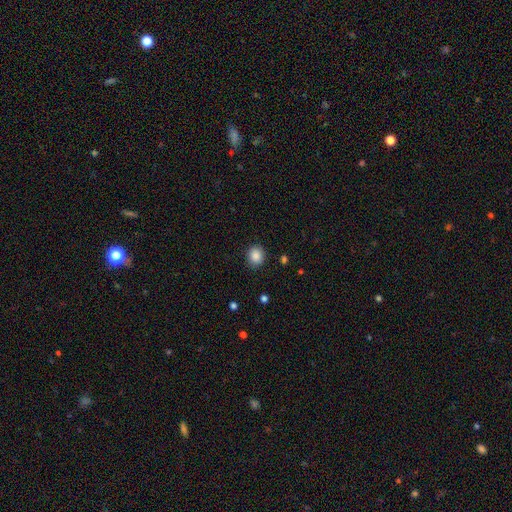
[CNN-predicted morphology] smooth_or_featured: smooth (p=0.87) [alt: star or artifact p=0.09]
how_rounded: round (p=0.73) [alt: in between p=0.26]
merging: none (p=0.88) [alt: minor disturbance p=0.08]